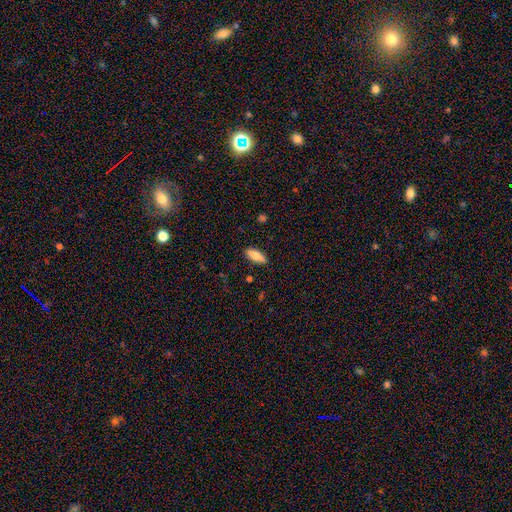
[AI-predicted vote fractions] Smooth or featured? smooth (81%)
How rounded? in between (65%)
Merging? none (87%)